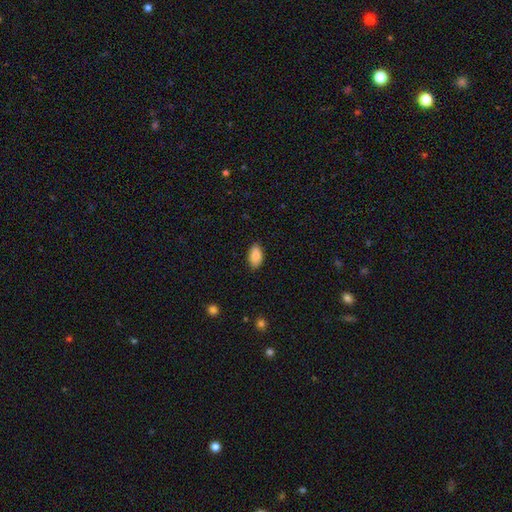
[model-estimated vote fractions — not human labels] smooth 84%, featured or disk 9%, star or artifact 7%. Down the decision tree: how rounded — in between (93%); merging — none (86%).